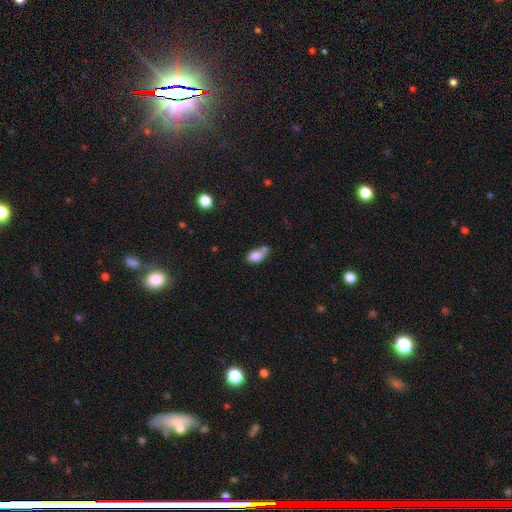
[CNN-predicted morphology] Q: Smooth or featured?
A: smooth (81%); runner-up: featured or disk (10%)
Q: How rounded?
A: in between (80%); runner-up: round (18%)
Q: Merging?
A: none (37%); runner-up: merger (33%)